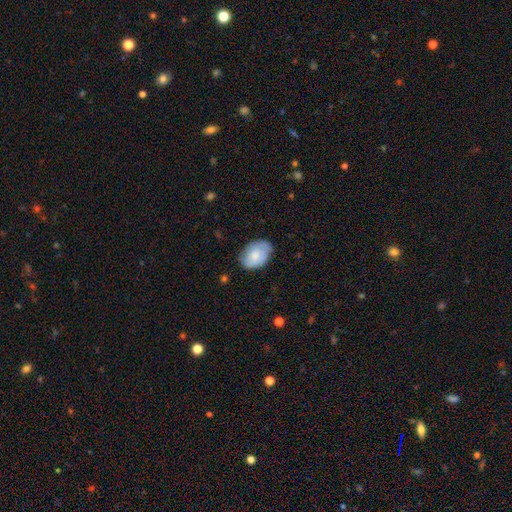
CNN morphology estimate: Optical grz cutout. It shows a smooth galaxy with no disk features (69%) that is in between round and cigar-shaped (79%). Merging: none (69%).